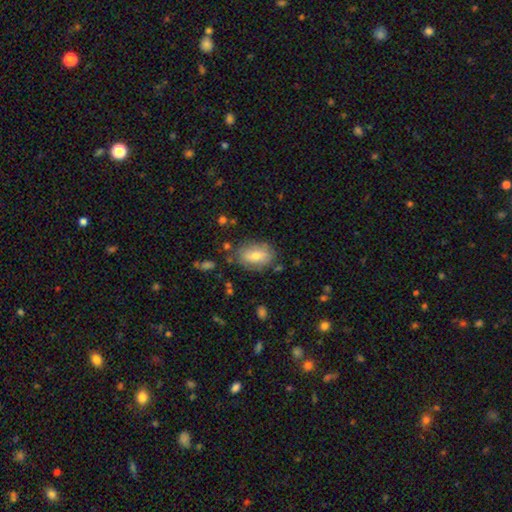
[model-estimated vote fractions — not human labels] Smooth or featured?
  - smooth: 67% *
  - featured or disk: 24%
  - star or artifact: 8%
How rounded?
  - in between: 87% *
  - round: 10%
  - cigar-shaped: 3%
Merging?
  - none: 77% *
  - minor disturbance: 16%
  - major disturbance: 4%
  - merger: 3%